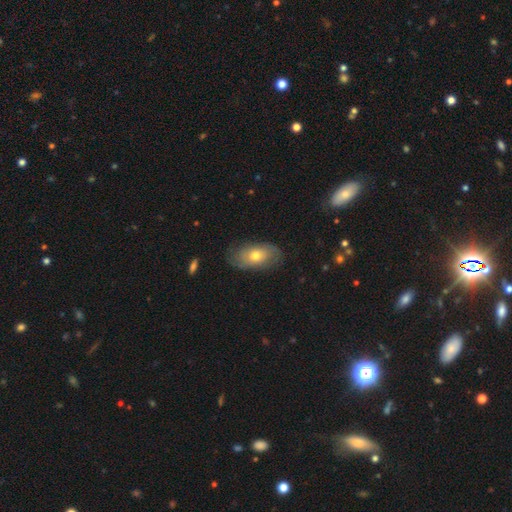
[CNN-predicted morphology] The model was most divided on "smooth or featured": smooth: 63%, featured or disk: 30%, star or artifact: 7%. More confident: how rounded — in between (90%); merging — none (75%).